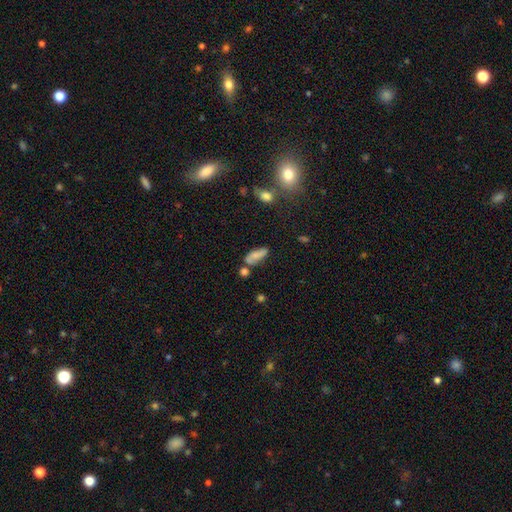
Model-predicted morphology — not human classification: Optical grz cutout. It shows a smooth galaxy with no disk features (71%) that is in between round and cigar-shaped (71%). Merging: none (54%).